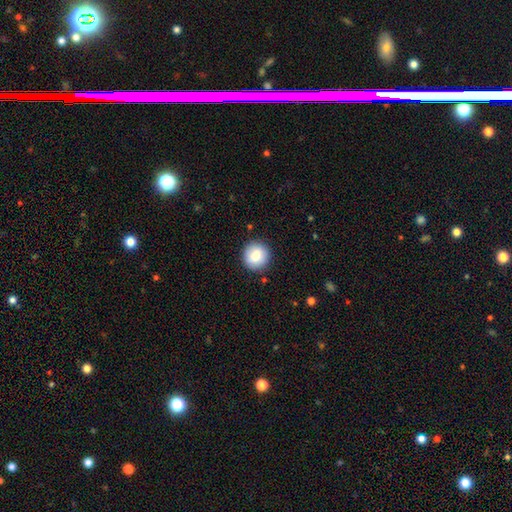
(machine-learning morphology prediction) smooth 84%, featured or disk 8%, star or artifact 8%. Down the decision tree: how rounded — round (91%); merging — none (89%).